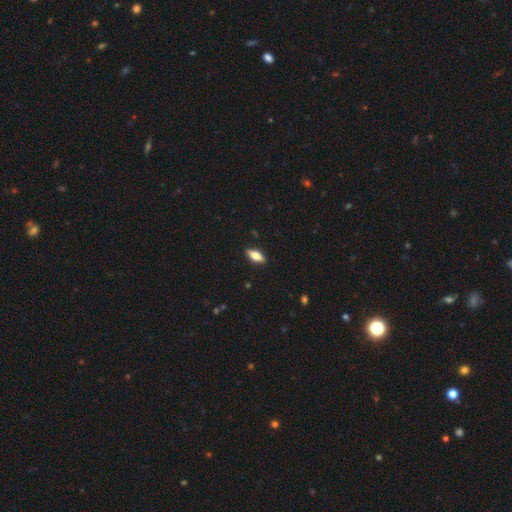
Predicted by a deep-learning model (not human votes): smooth 60%, featured or disk 33%, star or artifact 7%. Down the decision tree: how rounded — in between (73%); merging — none (89%).